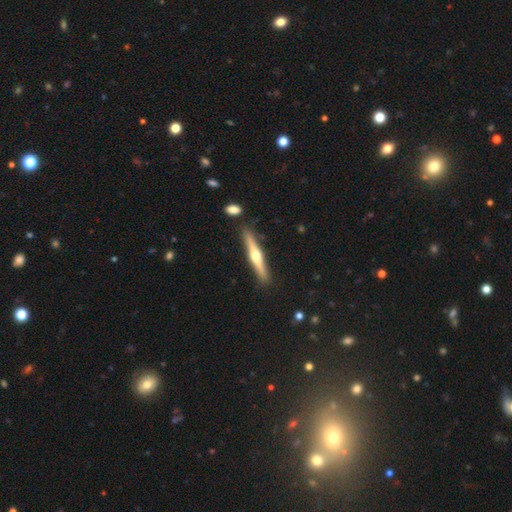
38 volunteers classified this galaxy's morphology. smooth_or_featured: featured or disk (p=0.58) [alt: smooth p=0.37]
disk_edge_on: yes (p=0.95) [alt: no p=0.05]
edge_on_bulge: rounded (p=0.95) [alt: none p=0.05]
merging: none (p=0.94) [alt: minor disturbance p=0.06]